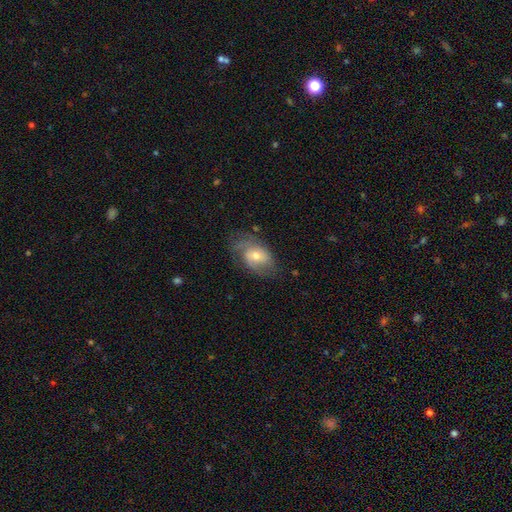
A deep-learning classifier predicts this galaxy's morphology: type=featured or disk (58%); edge-on=no (95%); bar=no (61%); spiral arms=yes (80%); bulge=moderate (60%); merging=none (60%).